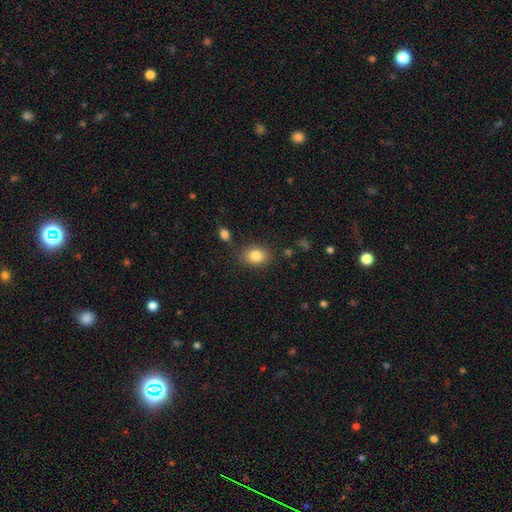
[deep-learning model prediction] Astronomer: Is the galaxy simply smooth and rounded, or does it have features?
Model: smooth — 83%.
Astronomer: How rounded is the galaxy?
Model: in between — 52% (runner-up: round, 47%).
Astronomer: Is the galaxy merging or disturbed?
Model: none — 83%.